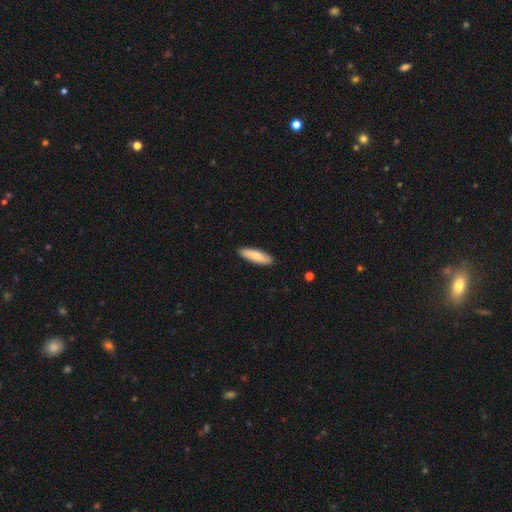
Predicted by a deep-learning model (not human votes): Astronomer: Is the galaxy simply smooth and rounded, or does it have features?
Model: smooth — 81%.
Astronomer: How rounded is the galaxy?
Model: cigar-shaped — 59% (runner-up: in between, 40%).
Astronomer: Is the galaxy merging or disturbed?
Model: none — 89%.